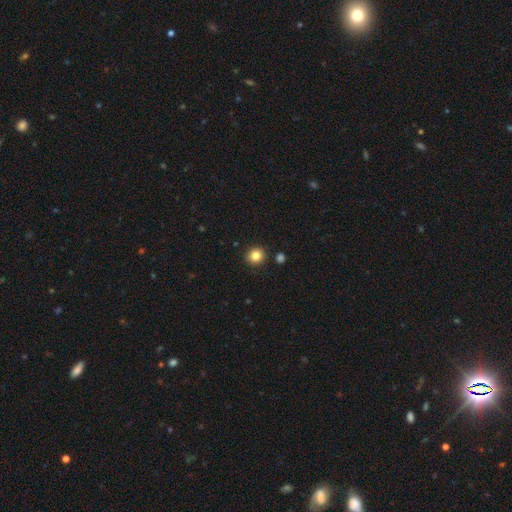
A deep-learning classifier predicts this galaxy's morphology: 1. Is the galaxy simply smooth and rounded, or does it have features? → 84% smooth, 11% star or artifact, 5% featured or disk.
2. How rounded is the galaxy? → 88% round, 11% in between, 1% cigar-shaped.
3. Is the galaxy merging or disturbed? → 89% none, 7% minor disturbance, 2% merger, 2% major disturbance.